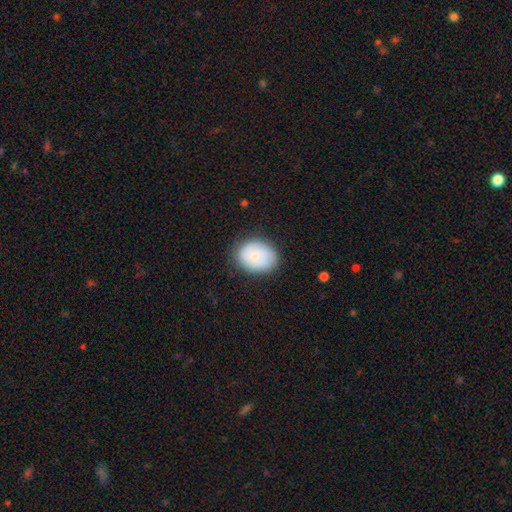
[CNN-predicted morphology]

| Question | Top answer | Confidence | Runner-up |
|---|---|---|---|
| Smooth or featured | smooth | 76% | featured or disk (17%) |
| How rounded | in between | 53% | round (46%) |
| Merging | none | 81% | minor disturbance (14%) |